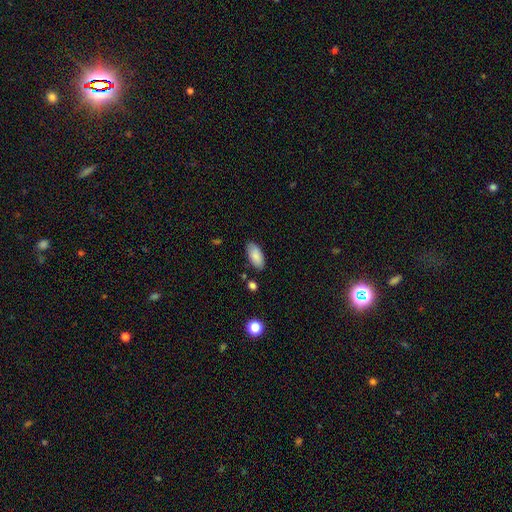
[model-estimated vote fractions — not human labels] Q: Smooth or featured?
A: smooth (87%); runner-up: featured or disk (7%)
Q: How rounded?
A: in between (92%); runner-up: cigar-shaped (6%)
Q: Merging?
A: none (83%); runner-up: minor disturbance (12%)